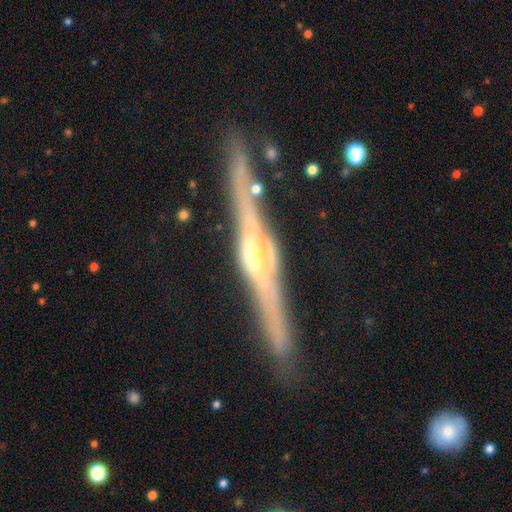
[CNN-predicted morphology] type=featured or disk (86%); edge-on=yes (97%); edge-on bulge=rounded (71%); merging=none (85%).